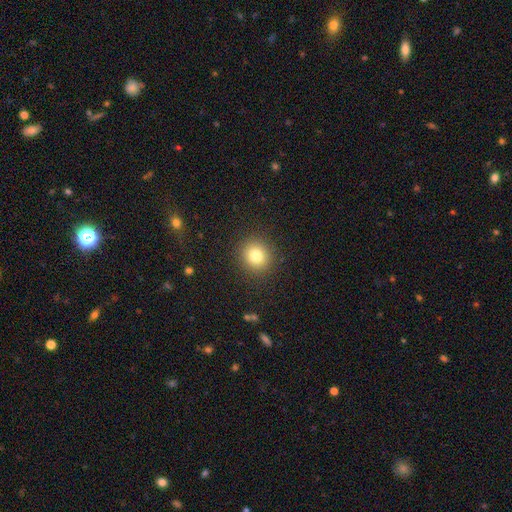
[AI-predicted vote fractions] Smooth or featured: smooth — 81% (star or artifact — 12%)
How rounded: round — 89% (in between — 10%)
Merging: none — 90% (minor disturbance — 6%)